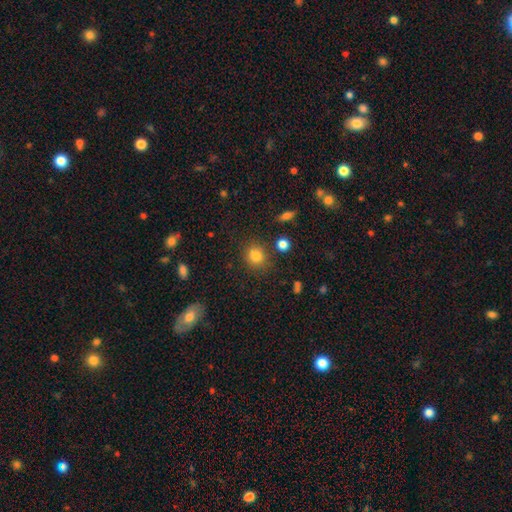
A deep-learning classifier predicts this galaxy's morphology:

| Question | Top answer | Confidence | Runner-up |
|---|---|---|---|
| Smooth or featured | smooth | 83% | star or artifact (11%) |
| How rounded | round | 83% | in between (16%) |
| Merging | none | 83% | minor disturbance (9%) |